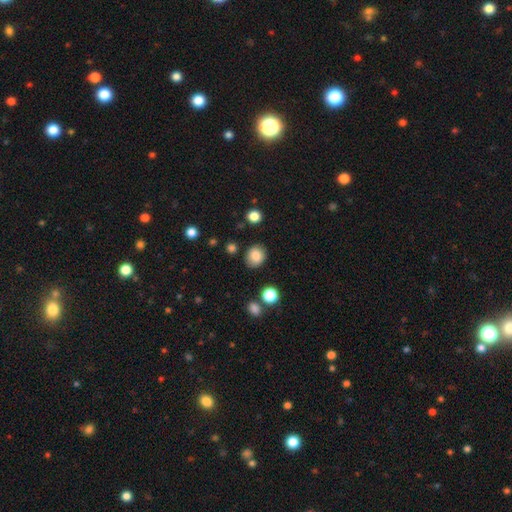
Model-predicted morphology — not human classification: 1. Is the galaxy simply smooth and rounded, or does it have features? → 83% smooth, 10% star or artifact, 7% featured or disk.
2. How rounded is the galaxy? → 70% round, 30% in between, 1% cigar-shaped.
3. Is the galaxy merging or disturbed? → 84% none, 10% minor disturbance, 3% major disturbance, 2% merger.